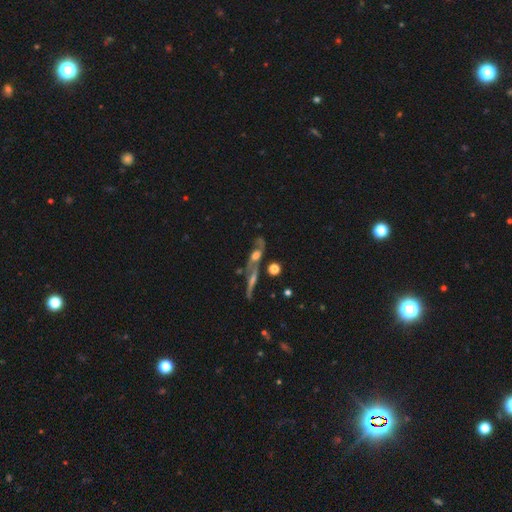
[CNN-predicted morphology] Smooth or featured? Predicted: featured or disk (p=0.67). Edge-on disk? Predicted: no (p=0.64). Merging? Predicted: none (p=0.38).